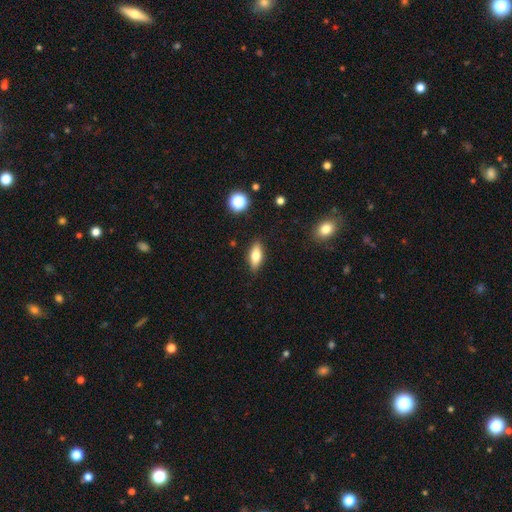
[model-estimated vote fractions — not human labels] Morphology: type=smooth (72%); roundness=in between (74%); merging=none (87%).